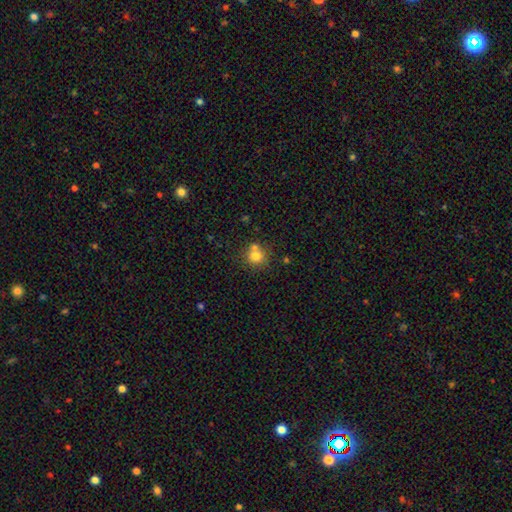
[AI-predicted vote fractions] Q: Smooth or featured?
A: smooth (76%); runner-up: star or artifact (12%)
Q: How rounded?
A: round (85%); runner-up: in between (14%)
Q: Merging?
A: none (56%); runner-up: merger (29%)